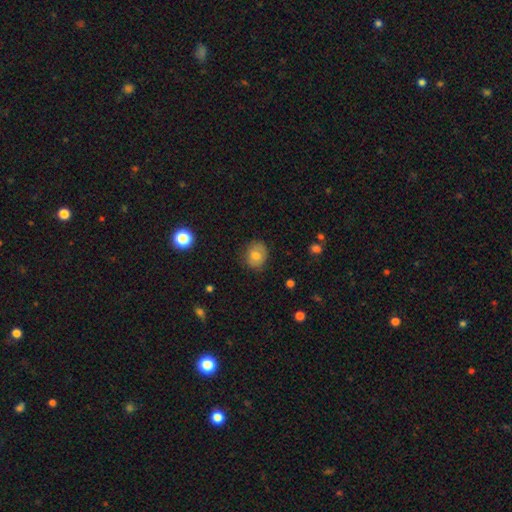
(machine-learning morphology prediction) Smooth or featured? Predicted: smooth (p=0.76). How rounded? Predicted: round (p=0.67). Merging? Predicted: none (p=0.79).